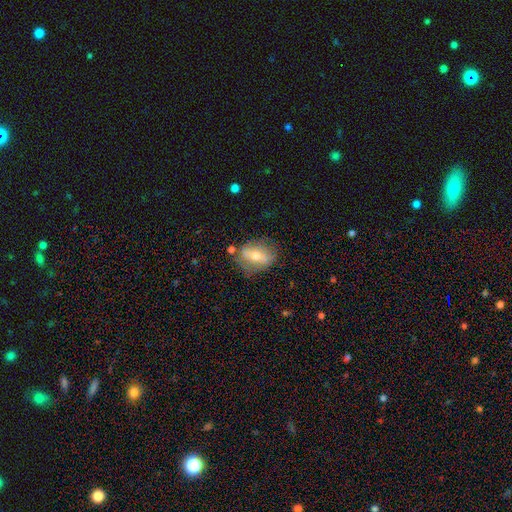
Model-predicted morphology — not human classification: Smooth or featured?
  - smooth: 51% *
  - featured or disk: 41%
  - star or artifact: 8%
How rounded?
  - in between: 67% *
  - round: 31%
  - cigar-shaped: 3%
Merging?
  - none: 66% *
  - minor disturbance: 21%
  - major disturbance: 7%
  - merger: 5%